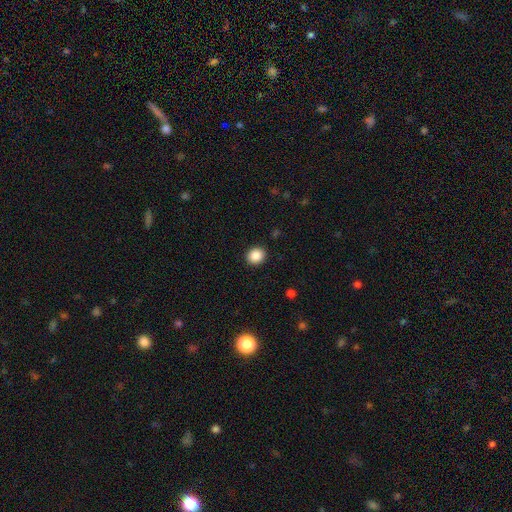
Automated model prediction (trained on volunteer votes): A smooth galaxy with no disk features (88%) that is round (72%).

Vote fractions:
- Smooth or featured? smooth: 88% / star or artifact: 9% / featured or disk: 3%
- How rounded? round: 72% / in between: 27% / cigar-shaped: 1%
- Merging? none: 91% / minor disturbance: 6% / major disturbance: 2% / merger: 1%